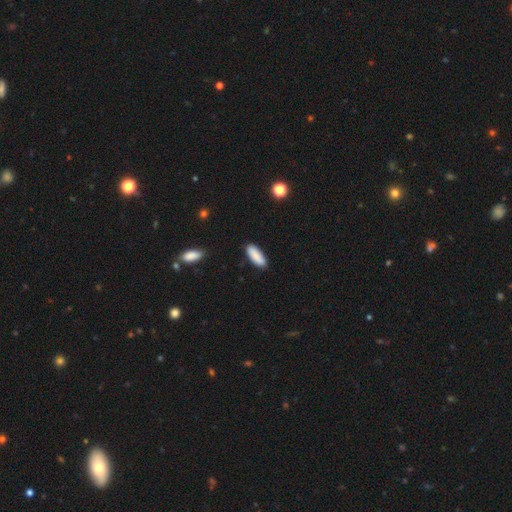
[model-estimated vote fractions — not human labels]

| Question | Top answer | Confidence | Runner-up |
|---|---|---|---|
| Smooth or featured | smooth | 89% | star or artifact (6%) |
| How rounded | in between | 66% | cigar-shaped (32%) |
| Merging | none | 87% | minor disturbance (9%) |